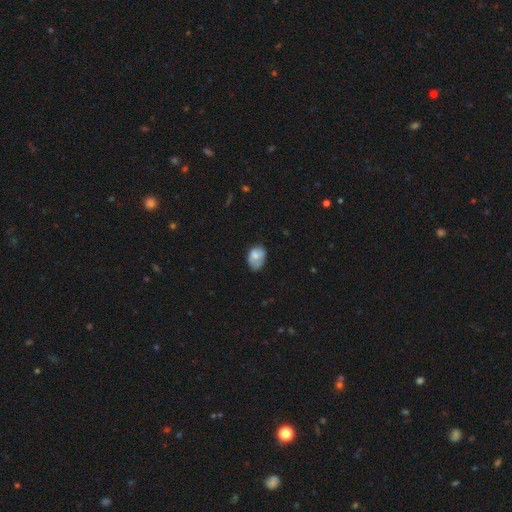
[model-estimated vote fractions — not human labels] Smooth or featured? smooth (65%)
How rounded? in between (80%)
Merging? none (43%)